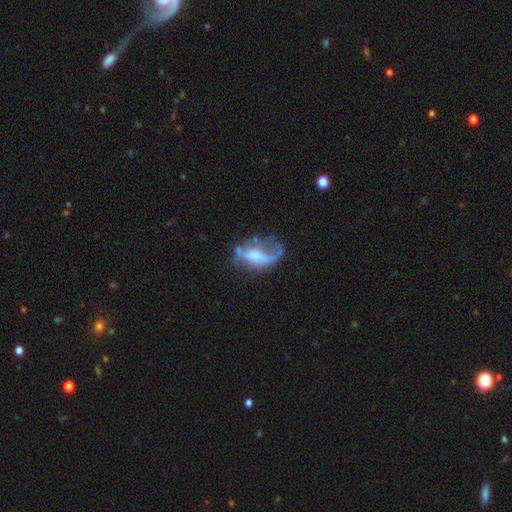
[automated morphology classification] The model was most divided on "merging": major disturbance: 34%, none: 32%, minor disturbance: 22%, merger: 12%. More confident: edge-on disk — no (85%); smooth or featured — featured or disk (57%).